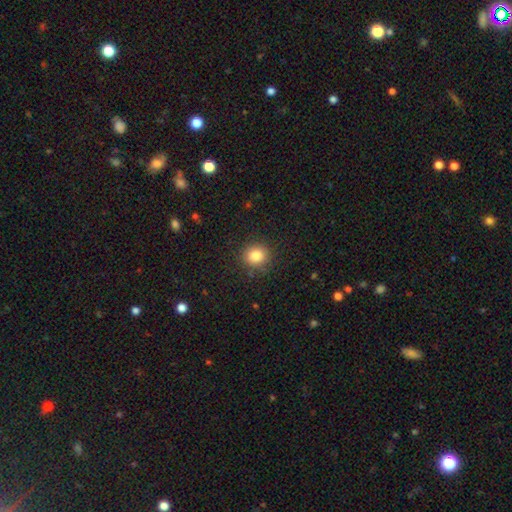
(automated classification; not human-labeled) Morphology: type=smooth (84%); roundness=round (83%); merging=none (88%).